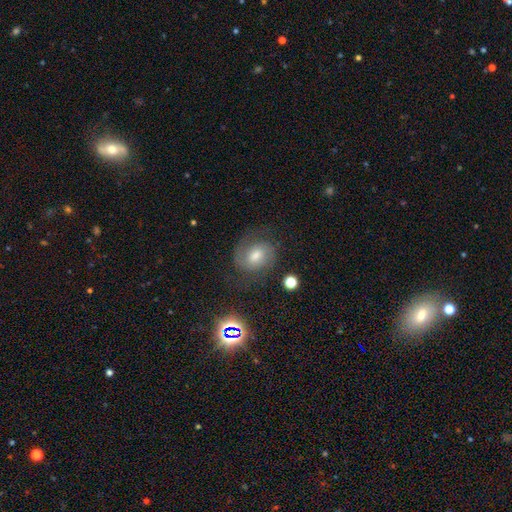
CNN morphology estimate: The model was most divided on "bar": weak: 45%, no: 43%, strong: 12%. Remaining: edge-on disk — no (97%); spiral arms — yes (94%); spiral arm count — 2 (84%); merging — none (75%); smooth or featured — featured or disk (67%); bulge size — moderate (62%); spiral winding — medium (48%).